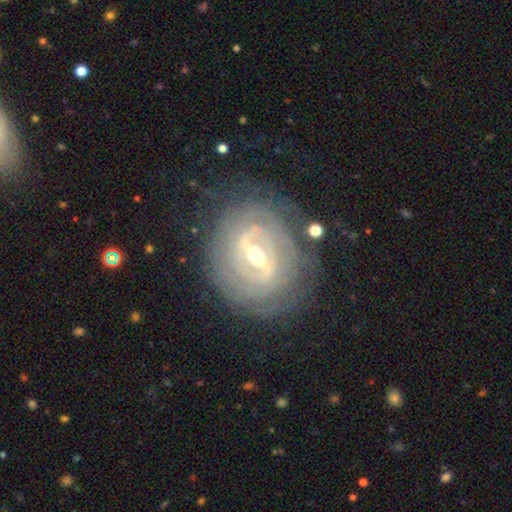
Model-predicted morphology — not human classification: type=featured or disk (88%); edge-on=no (94%); bar=strong (60%); spiral arms=yes (93%); winding=tight (80%); arm count=can't tell (35%); bulge=moderate (57%); merging=none (81%).